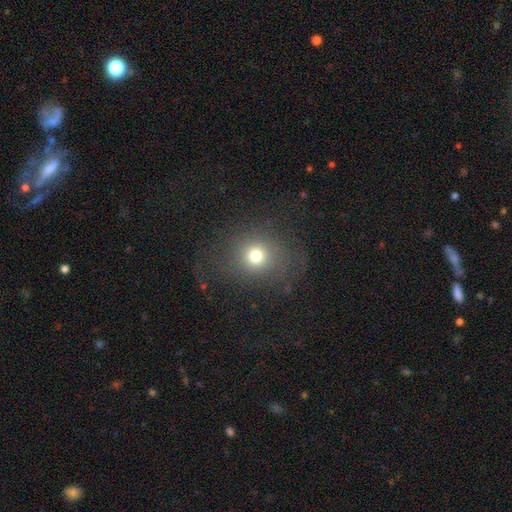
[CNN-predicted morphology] Smooth or featured? smooth (72%)
How rounded? round (82%)
Merging? none (78%)